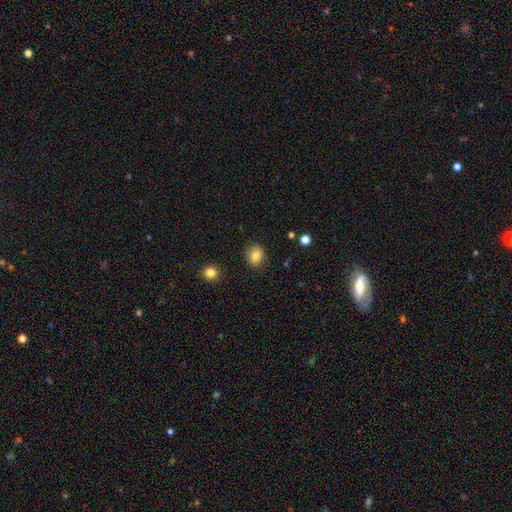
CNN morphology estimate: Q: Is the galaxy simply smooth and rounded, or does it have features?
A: smooth — 83%.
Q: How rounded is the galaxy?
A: round — 65%.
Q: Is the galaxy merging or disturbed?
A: none — 85%.